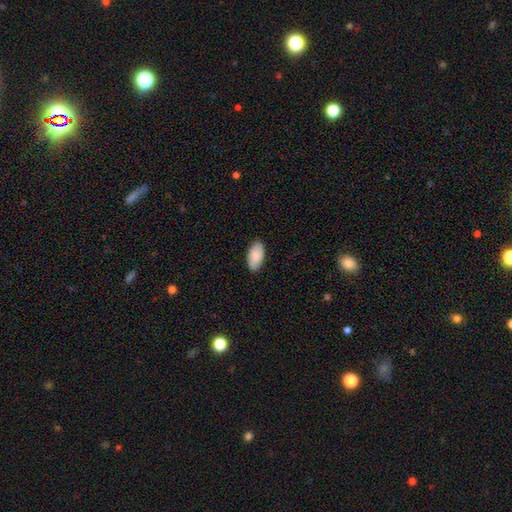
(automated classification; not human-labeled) This is clearly a smooth galaxy (89%). How rounded: clearly in between (95%). Merging: clearly none (87%).